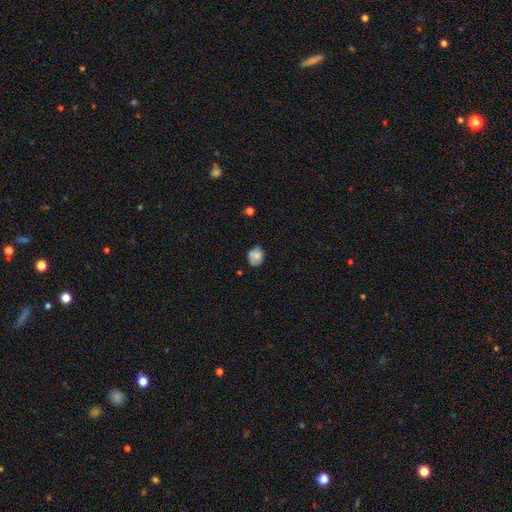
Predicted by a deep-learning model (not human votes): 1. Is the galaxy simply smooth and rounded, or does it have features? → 67% smooth, 24% featured or disk, 9% star or artifact.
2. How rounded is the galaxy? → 51% round, 48% in between, 1% cigar-shaped.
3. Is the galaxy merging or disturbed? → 51% none, 28% minor disturbance, 12% merger, 10% major disturbance.